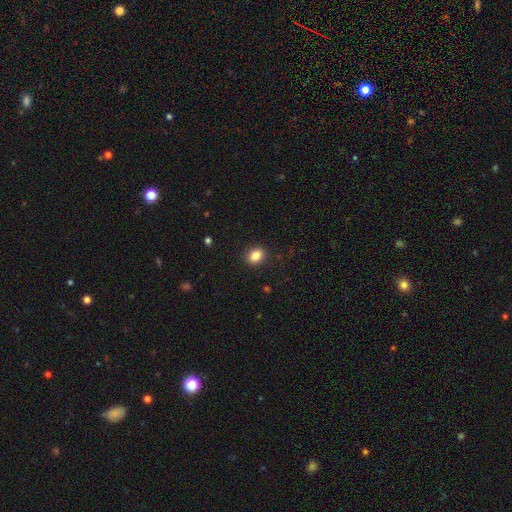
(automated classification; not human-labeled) This is clearly a smooth galaxy (85%). How rounded: possibly in between (54%). Merging: clearly none (90%).